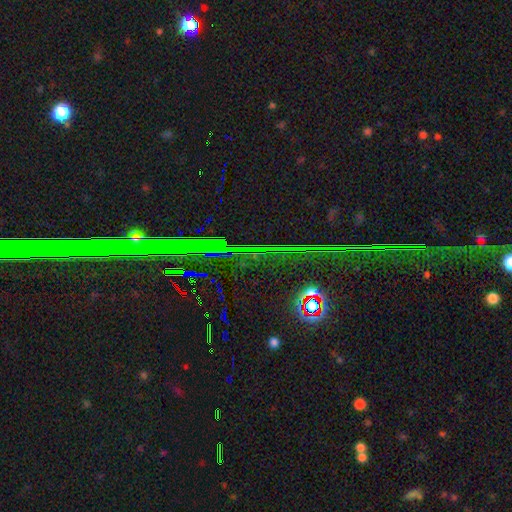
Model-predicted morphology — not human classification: A star or artifact, not a galaxy (82%).